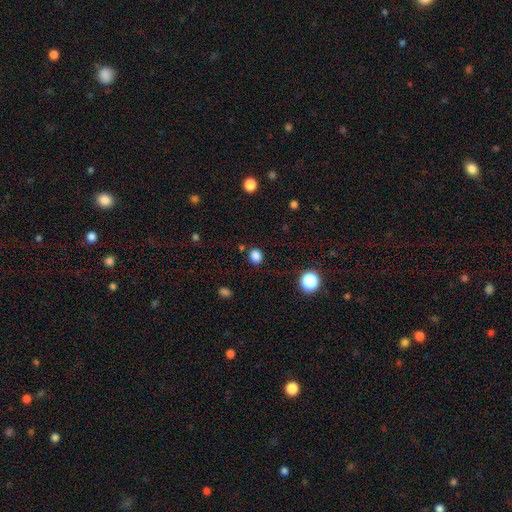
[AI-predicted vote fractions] Overall: smooth (83%). How rounded: round (73%). Merging: none (86%).